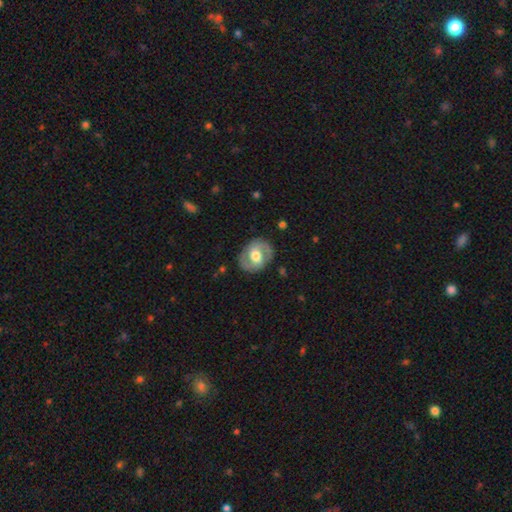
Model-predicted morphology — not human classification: Smooth or featured? featured or disk (74%)
Edge-on disk? no (97%)
Bar? weak (43%)
Spiral arms? yes (80%)
Spiral winding? medium (50%)
Spiral arm count? 2 (89%)
Bulge size? moderate (64%)
Merging? none (83%)